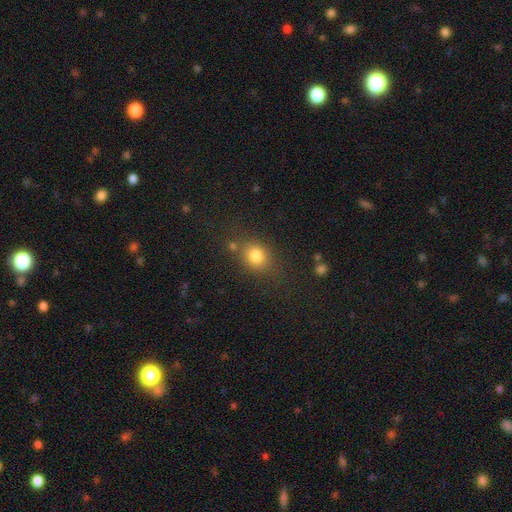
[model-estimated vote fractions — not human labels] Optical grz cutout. It shows a smooth galaxy with no disk features (80%) that is round (62%). Merging: none (71%).